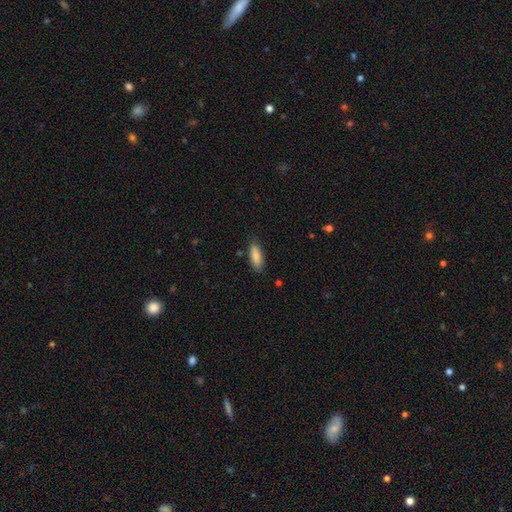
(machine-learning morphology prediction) A smooth galaxy with no disk features (86%) that is in between round and cigar-shaped (65%).

Vote fractions:
- Smooth or featured? smooth: 86% / featured or disk: 8% / star or artifact: 6%
- How rounded? in between: 65% / cigar-shaped: 33% / round: 2%
- Merging? none: 83% / minor disturbance: 13% / major disturbance: 2% / merger: 1%